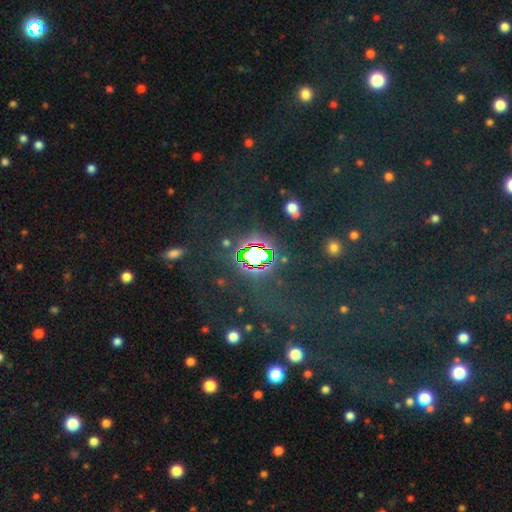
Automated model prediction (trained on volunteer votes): The model was most divided on "smooth or featured": star or artifact: 69%, smooth: 20%, featured or disk: 12%.